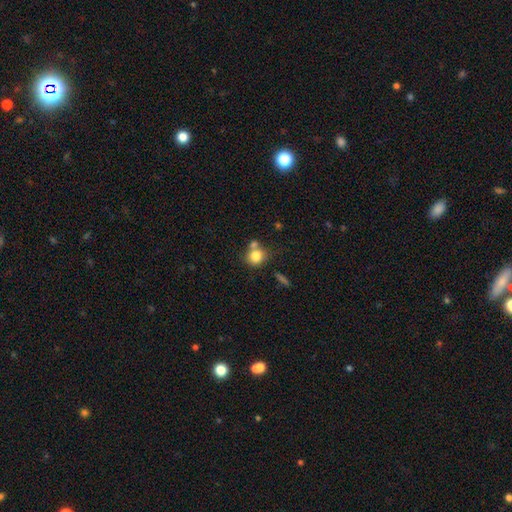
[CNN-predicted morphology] smooth-or-featured: smooth: 80% | star or artifact: 10% | featured or disk: 10%
  how-rounded: round: 82% | in between: 17% | cigar-shaped: 1%
  merging: none: 53% | merger: 31% | minor disturbance: 12% | major disturbance: 5%